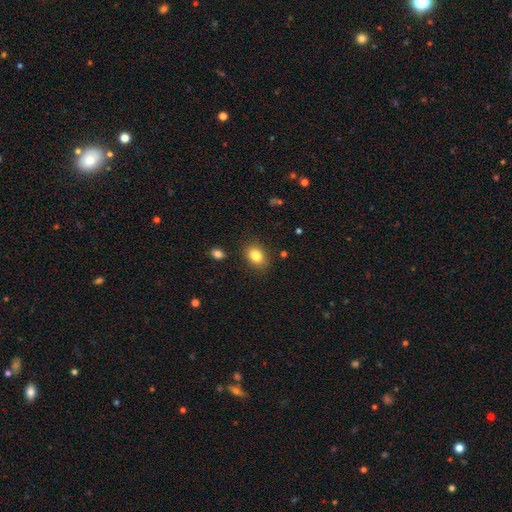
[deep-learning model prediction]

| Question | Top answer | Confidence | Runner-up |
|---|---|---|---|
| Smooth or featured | smooth | 84% | star or artifact (9%) |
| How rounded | in between | 74% | round (25%) |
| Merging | none | 83% | minor disturbance (12%) |